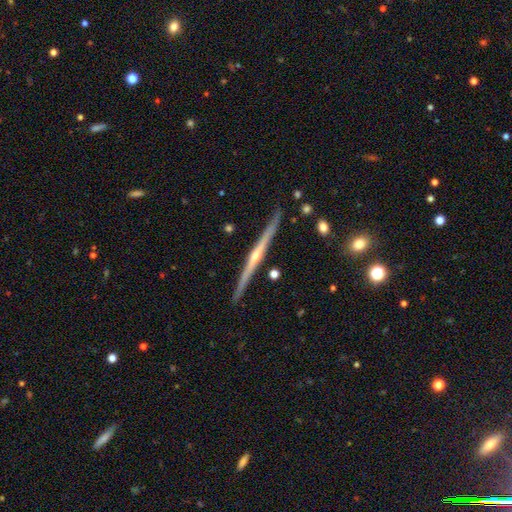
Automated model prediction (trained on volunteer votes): This appears to be a featured or disk galaxy (85%) viewed edge-on (99%) with a rounded central bulge (77%). Merging: none (91%).